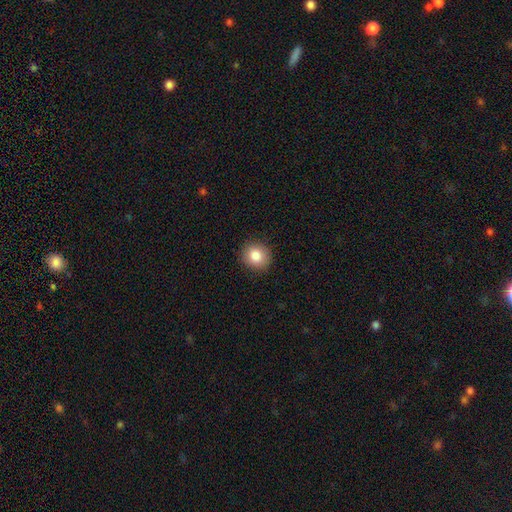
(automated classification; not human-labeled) Smooth or featured? smooth (85%)
How rounded? round (88%)
Merging? none (90%)